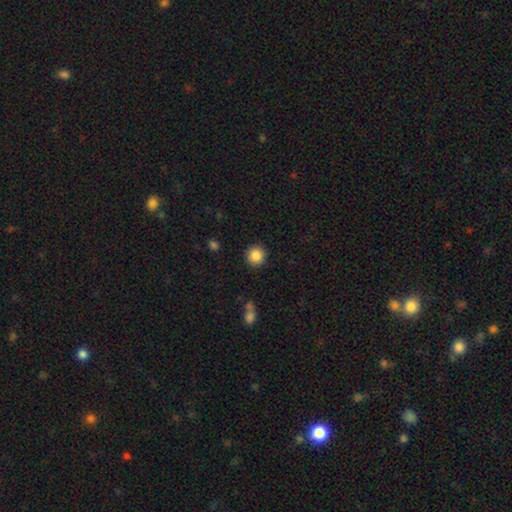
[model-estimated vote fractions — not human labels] smooth_or_featured: smooth (p=0.87) [alt: star or artifact p=0.09]
how_rounded: round (p=0.93) [alt: in between p=0.06]
merging: none (p=0.90) [alt: minor disturbance p=0.07]